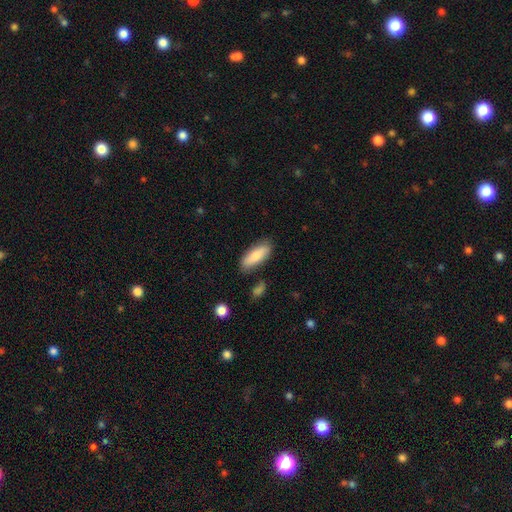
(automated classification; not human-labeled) The model was most divided on "how rounded": in between: 66%, cigar-shaped: 32%, round: 2%. More confident: merging — none (81%); smooth or featured — smooth (81%).